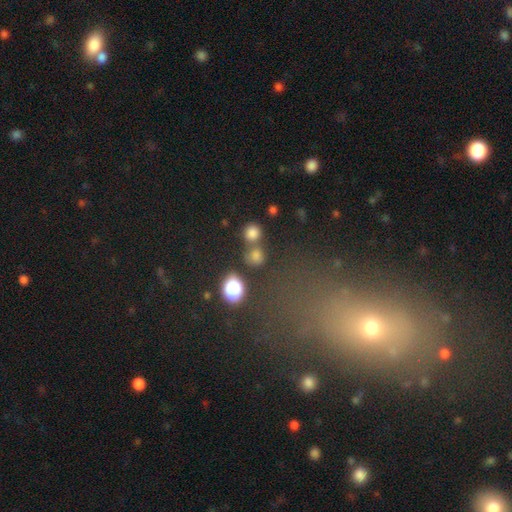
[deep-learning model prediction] Morphology: type=smooth (76%); roundness=round (86%); merging=none (59%).